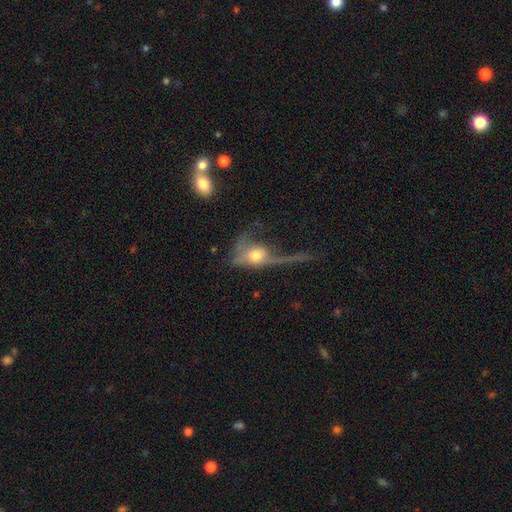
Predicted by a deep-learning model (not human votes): Smooth or featured? Predicted: smooth (p=0.46). Merging? Predicted: major disturbance (p=0.59).